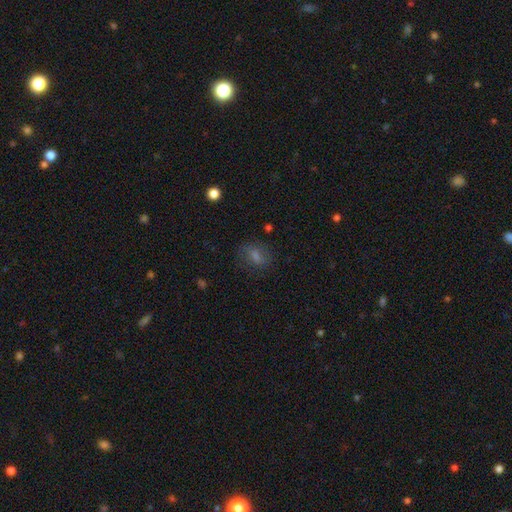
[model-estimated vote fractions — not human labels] This is possibly a smooth galaxy (56%). How rounded: likely in between (65%). Merging: likely none (76%).